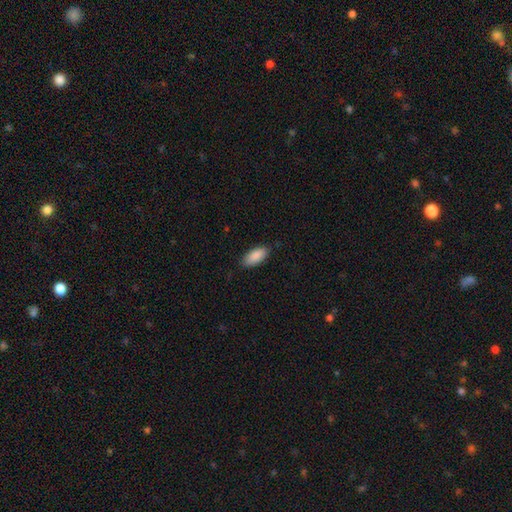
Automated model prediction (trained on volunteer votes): Overall: smooth (90%). How rounded: in between (89%). Merging: none (85%).